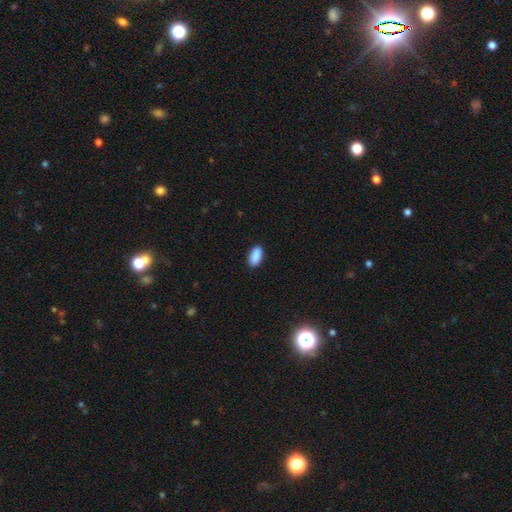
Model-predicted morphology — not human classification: Smooth or featured? Predicted: smooth (p=0.90). How rounded? Predicted: in between (p=0.93). Merging? Predicted: none (p=0.89).